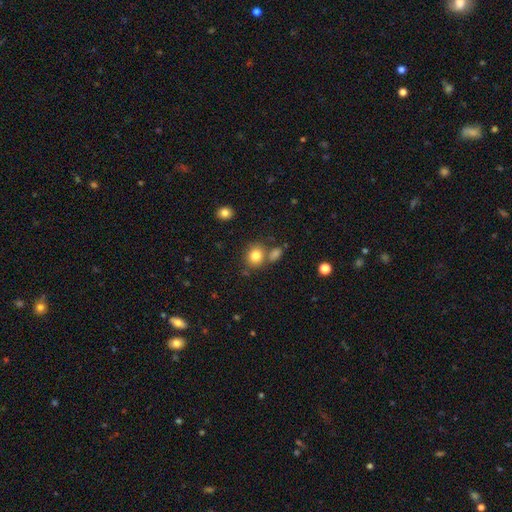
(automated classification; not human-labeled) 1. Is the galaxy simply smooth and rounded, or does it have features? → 82% smooth, 11% star or artifact, 8% featured or disk.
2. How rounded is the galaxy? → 71% round, 28% in between, 1% cigar-shaped.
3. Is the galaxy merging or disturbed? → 65% none, 20% merger, 11% minor disturbance, 4% major disturbance.